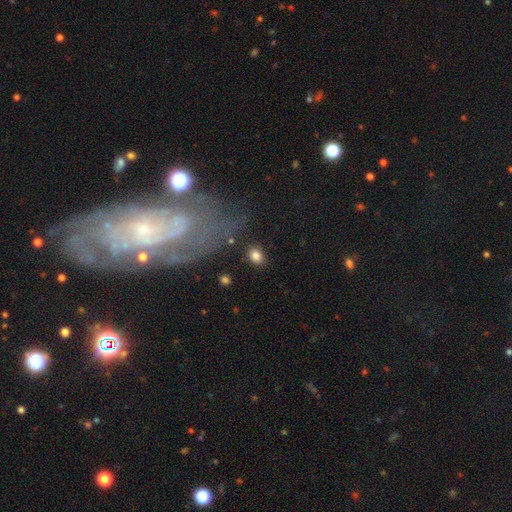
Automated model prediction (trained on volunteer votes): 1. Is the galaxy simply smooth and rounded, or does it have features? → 82% smooth, 10% star or artifact, 8% featured or disk.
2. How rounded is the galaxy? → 64% in between, 35% round, 1% cigar-shaped.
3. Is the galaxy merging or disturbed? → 85% none, 9% minor disturbance, 3% major disturbance, 3% merger.